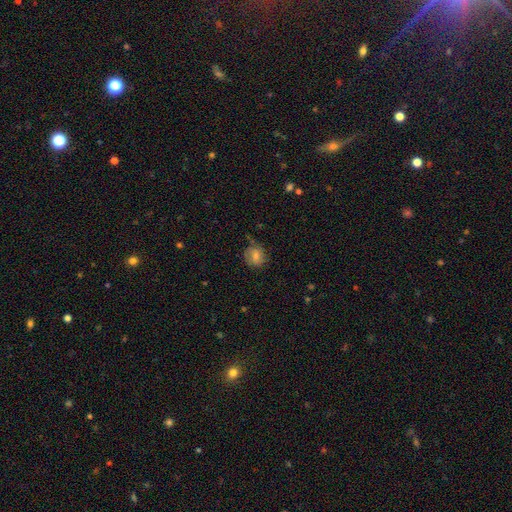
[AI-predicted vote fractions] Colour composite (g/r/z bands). It shows a smooth galaxy with no disk features (61%) that is round (80%). Merging: none (72%).